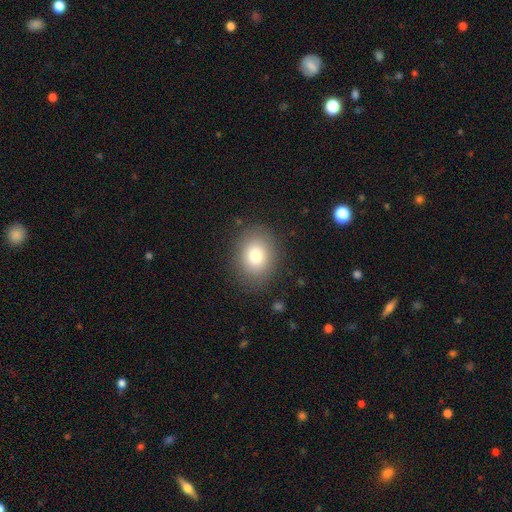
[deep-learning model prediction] Smooth or featured? smooth (79%)
How rounded? round (53%)
Merging? none (85%)